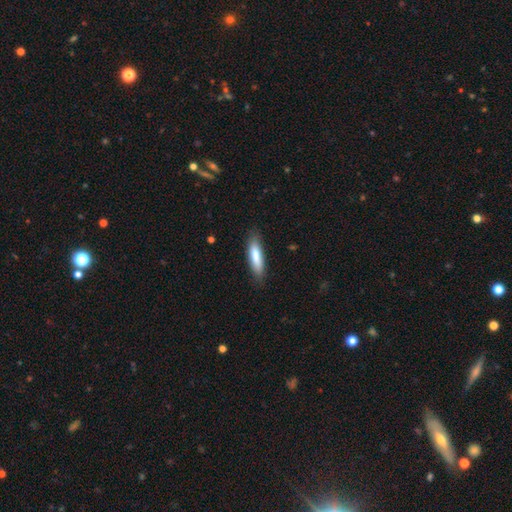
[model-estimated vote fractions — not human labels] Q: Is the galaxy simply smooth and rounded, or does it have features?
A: smooth — 82%.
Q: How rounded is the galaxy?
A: cigar-shaped — 68%.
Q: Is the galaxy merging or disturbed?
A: none — 83%.